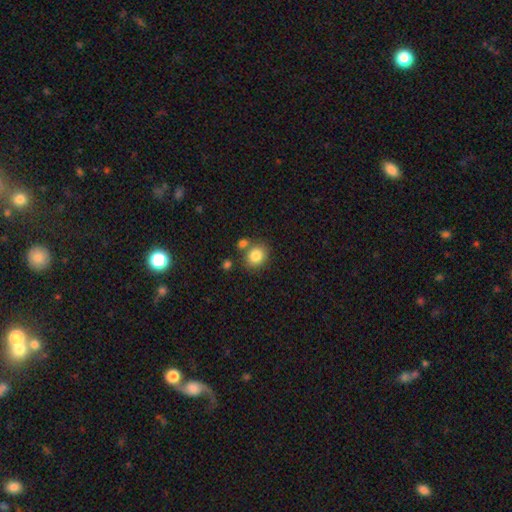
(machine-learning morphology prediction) Q: Smooth or featured?
A: smooth (83%); runner-up: star or artifact (9%)
Q: How rounded?
A: round (68%); runner-up: in between (31%)
Q: Merging?
A: none (68%); runner-up: merger (17%)